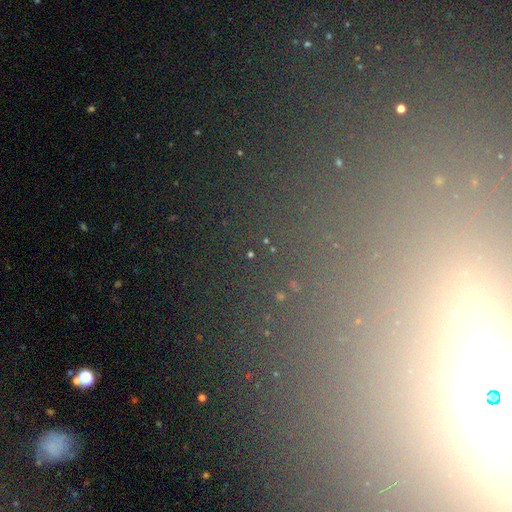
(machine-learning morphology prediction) Smooth or featured? star or artifact (62%)